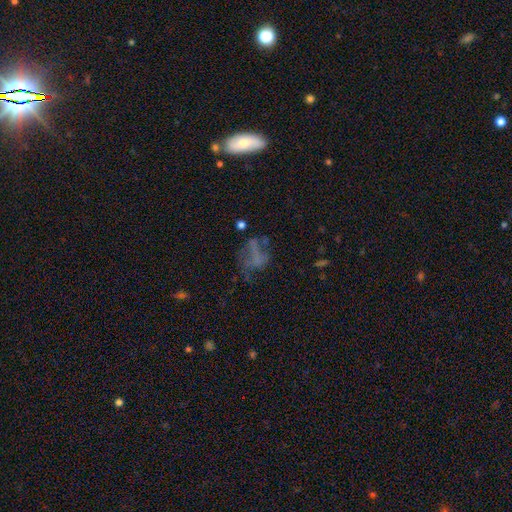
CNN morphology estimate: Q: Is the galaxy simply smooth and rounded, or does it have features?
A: featured or disk — 41%.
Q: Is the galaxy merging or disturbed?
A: none — 41%.